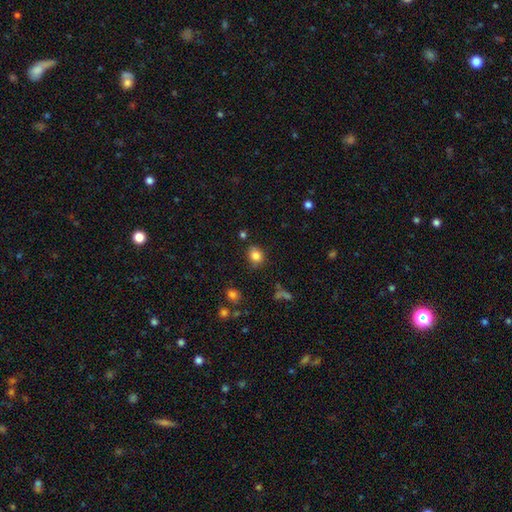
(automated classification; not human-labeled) This appears to be a smooth galaxy with no disk features (82%) that is round (66%). Merging: none (79%).